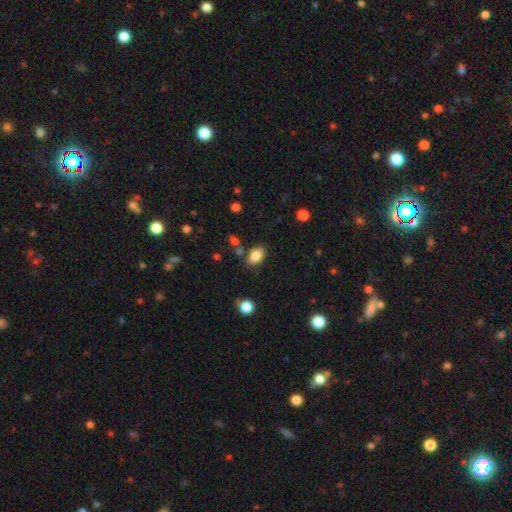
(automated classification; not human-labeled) smooth-or-featured: smooth: 84% | star or artifact: 9% | featured or disk: 7%
  how-rounded: in between: 89% | round: 9% | cigar-shaped: 2%
  merging: none: 78% | minor disturbance: 13% | merger: 5% | major disturbance: 3%